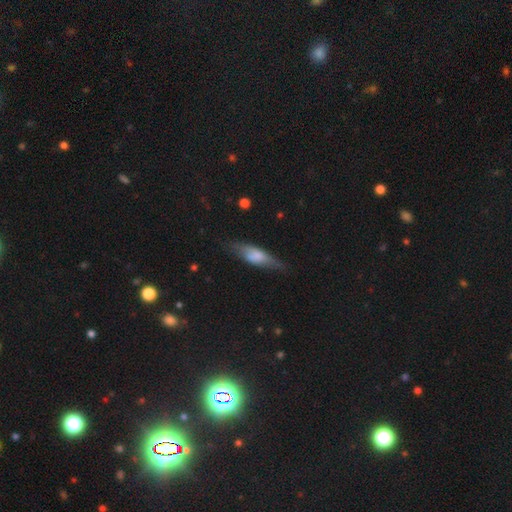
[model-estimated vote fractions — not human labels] Overall: smooth (56%; featured or disk 38%). How rounded: cigar-shaped (49%; in between 48%). Merging: none (67%).